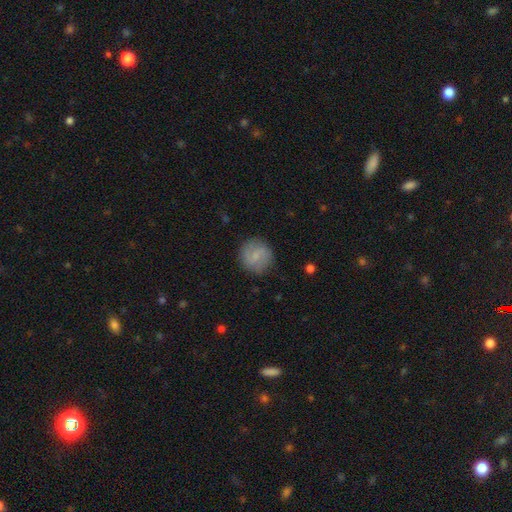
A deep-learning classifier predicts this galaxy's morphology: Smooth or featured: smooth — 68% (featured or disk — 24%)
How rounded: round — 90% (in between — 9%)
Merging: none — 83% (minor disturbance — 12%)